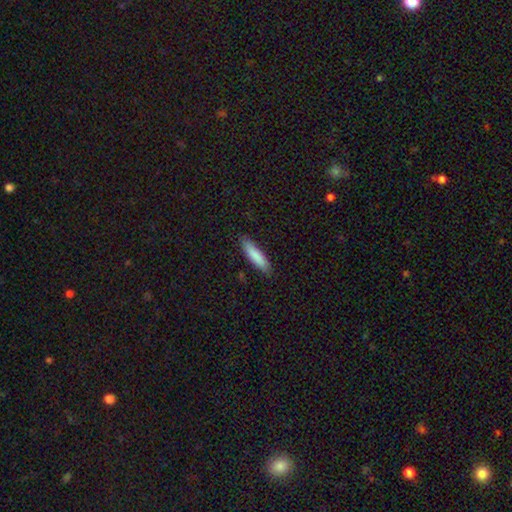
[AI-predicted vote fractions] A smooth galaxy with no disk features (86%) that is cigar-shaped (74%).

Vote fractions:
- Smooth or featured? smooth: 86% / featured or disk: 9% / star or artifact: 6%
- How rounded? cigar-shaped: 74% / in between: 25% / round: 1%
- Merging? none: 85% / minor disturbance: 12% / major disturbance: 2% / merger: 1%